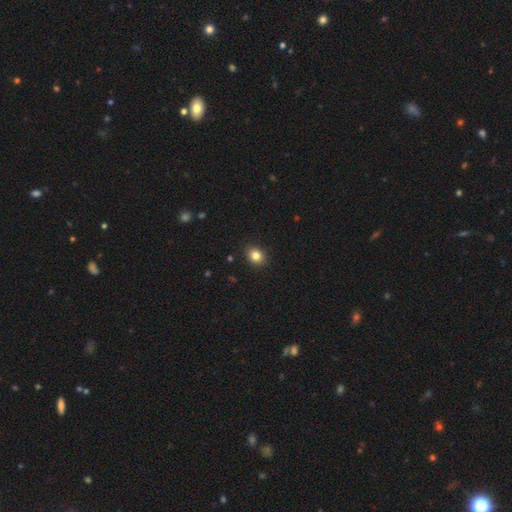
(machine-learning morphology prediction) Smooth or featured? Predicted: smooth (p=0.83). How rounded? Predicted: round (p=0.61). Merging? Predicted: none (p=0.91).